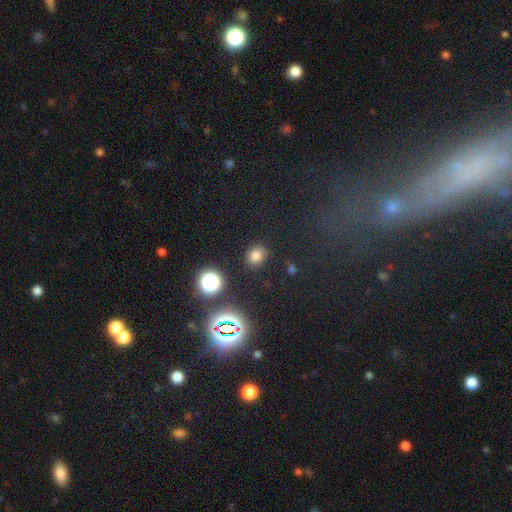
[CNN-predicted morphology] Smooth or featured?
  - smooth: 75% *
  - star or artifact: 19%
  - featured or disk: 6%
How rounded?
  - round: 64% *
  - in between: 35%
  - cigar-shaped: 1%
Merging?
  - none: 85% *
  - minor disturbance: 9%
  - major disturbance: 3%
  - merger: 2%